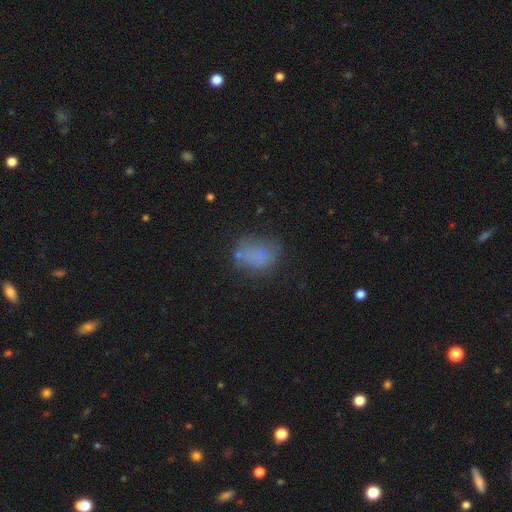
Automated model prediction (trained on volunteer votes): The model was most divided on "merging": none: 53%, minor disturbance: 25%, major disturbance: 15%, merger: 7%. More confident: smooth or featured — smooth (71%); how rounded — in between (63%).